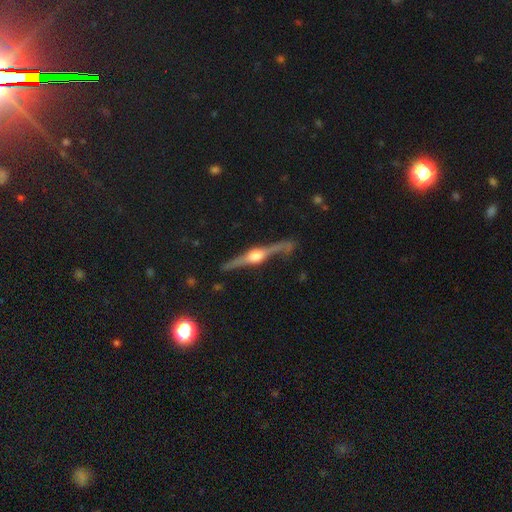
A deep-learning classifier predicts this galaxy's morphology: featured or disk 87%, smooth 8%, star or artifact 5%. Down the decision tree: edge-on disk — yes (97%); edge-on bulge — rounded (93%); merging — none (83%).